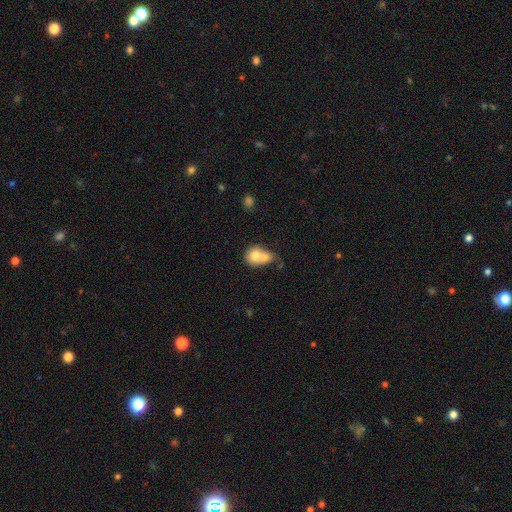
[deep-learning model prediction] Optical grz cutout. It shows a smooth galaxy with no disk features (71%) that is round (66%). Merging: merger (72%).